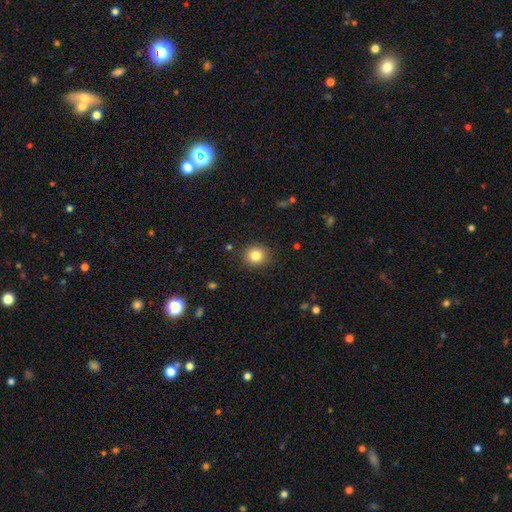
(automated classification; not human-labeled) Morphology: type=smooth (83%); roundness=round (85%); merging=none (90%).